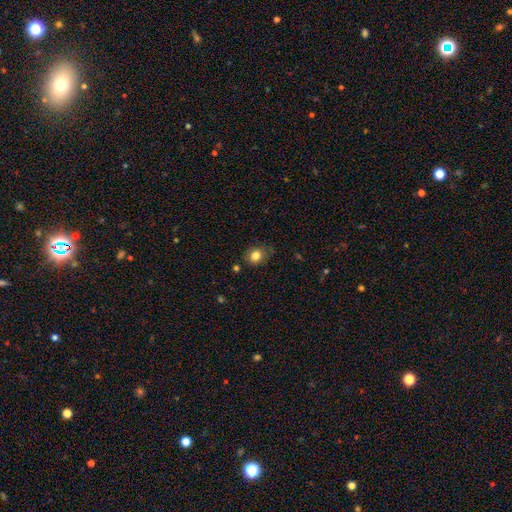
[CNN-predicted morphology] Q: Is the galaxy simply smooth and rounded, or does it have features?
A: smooth — 82%.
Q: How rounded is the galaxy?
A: round — 65%.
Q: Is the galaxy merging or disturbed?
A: none — 72%.